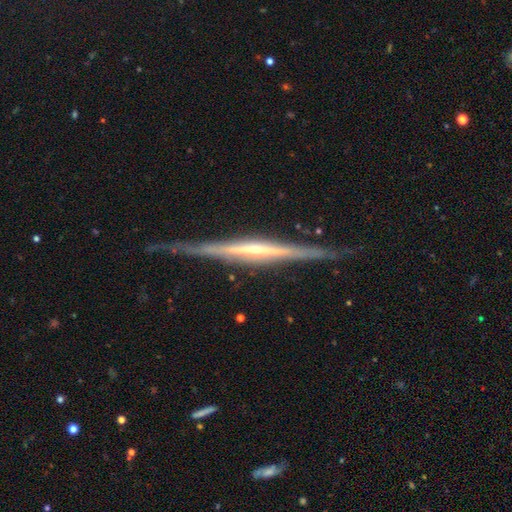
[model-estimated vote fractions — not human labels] This is clearly a featured or disk galaxy (85%). It is clearly viewed edge-on (98%). Edge-on bulge: possibly rounded (49%). Merging: clearly none (81%).